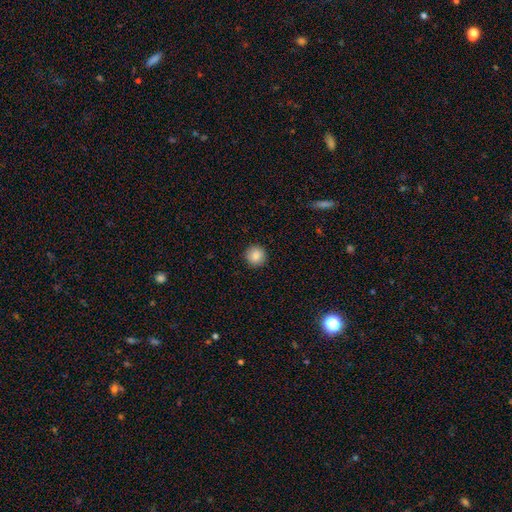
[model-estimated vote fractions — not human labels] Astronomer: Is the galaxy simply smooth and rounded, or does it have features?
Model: smooth — 86%.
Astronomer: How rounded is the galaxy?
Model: round — 96%.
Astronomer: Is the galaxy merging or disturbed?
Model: none — 93%.